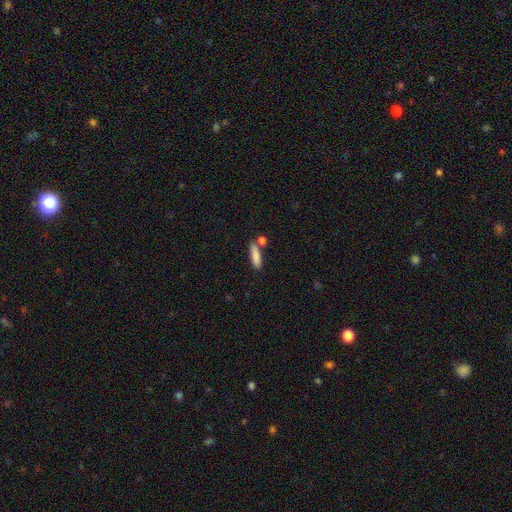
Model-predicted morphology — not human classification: Smooth or featured? Predicted: smooth (p=0.84). How rounded? Predicted: cigar-shaped (p=0.64). Merging? Predicted: none (p=0.71).